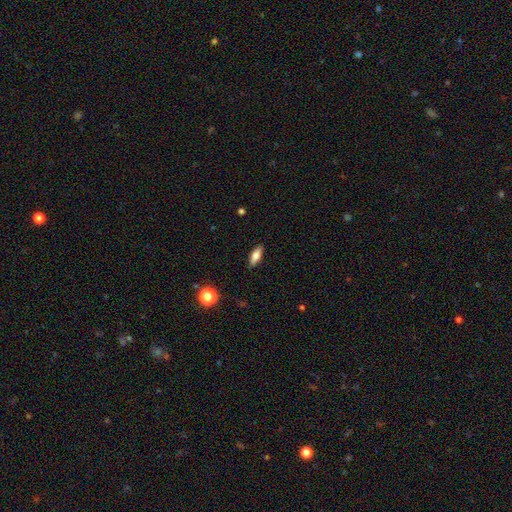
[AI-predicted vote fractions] A smooth galaxy with no disk features (73%) that is in between round and cigar-shaped (68%). Merging: none (88%).